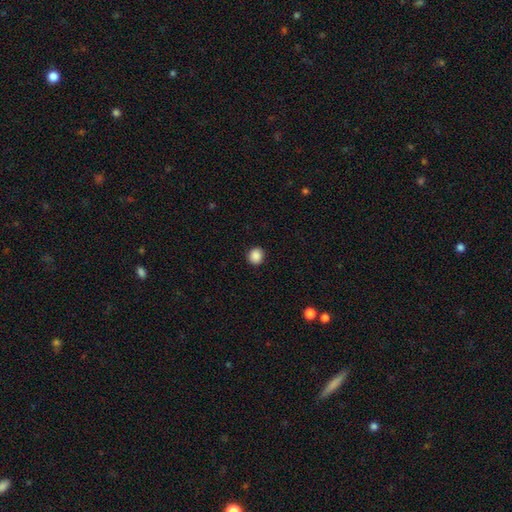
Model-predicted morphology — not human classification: This appears to be a smooth galaxy with no disk features (89%) that is round (84%). Merging: none (91%).